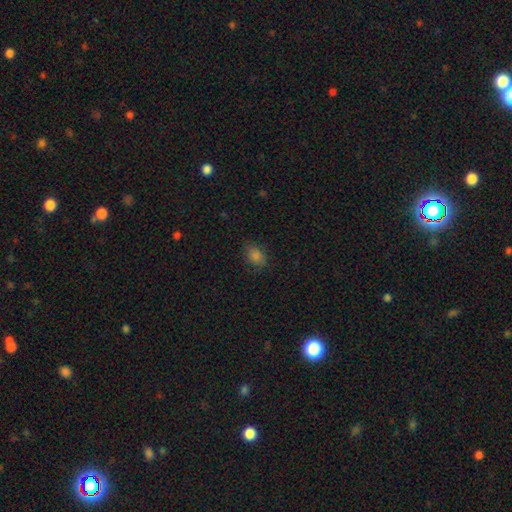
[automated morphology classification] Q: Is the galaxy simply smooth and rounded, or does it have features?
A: smooth — 78%.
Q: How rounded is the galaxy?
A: in between — 75%.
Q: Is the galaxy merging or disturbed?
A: none — 80%.